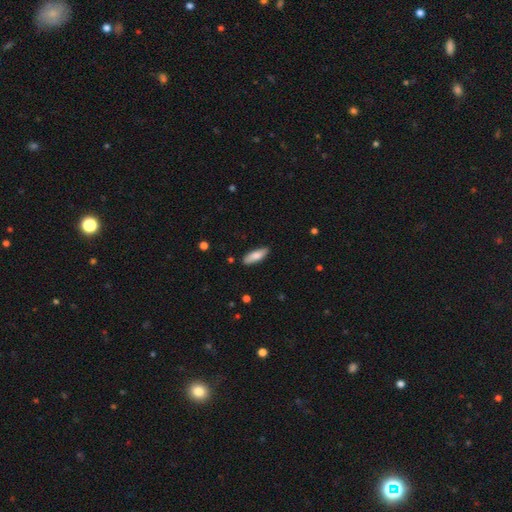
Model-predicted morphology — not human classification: Smooth or featured? smooth (81%)
How rounded? in between (58%)
Merging? none (86%)